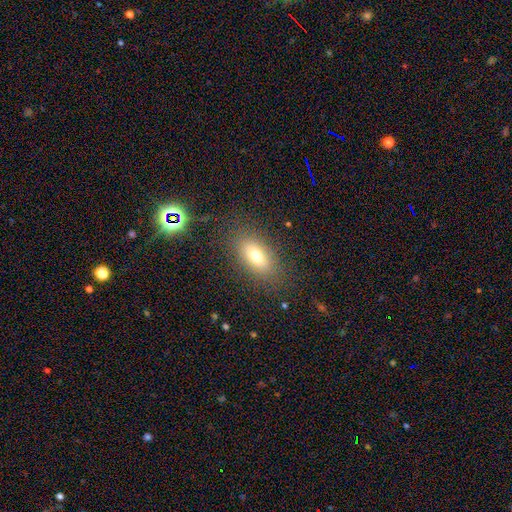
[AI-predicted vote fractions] Smooth or featured? smooth (71%)
How rounded? in between (84%)
Merging? none (83%)